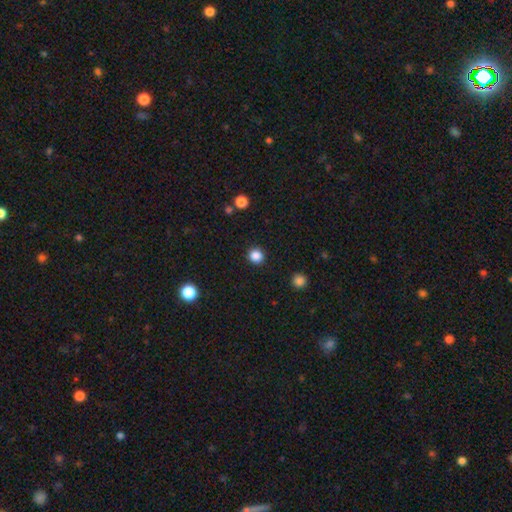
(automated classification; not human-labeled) Overall: smooth (86%). How rounded: round (91%). Merging: none (92%).